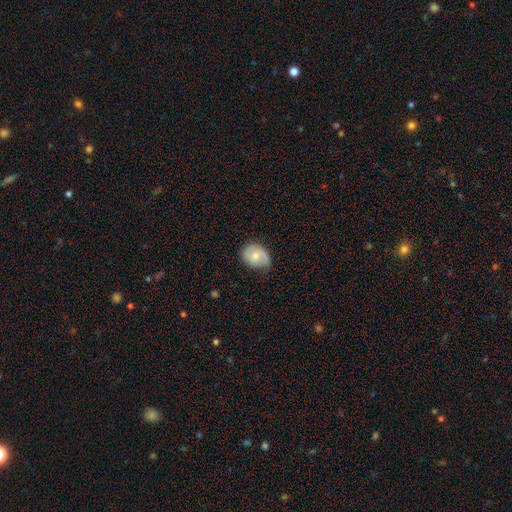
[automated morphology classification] type=smooth (48%); merging=none (60%).